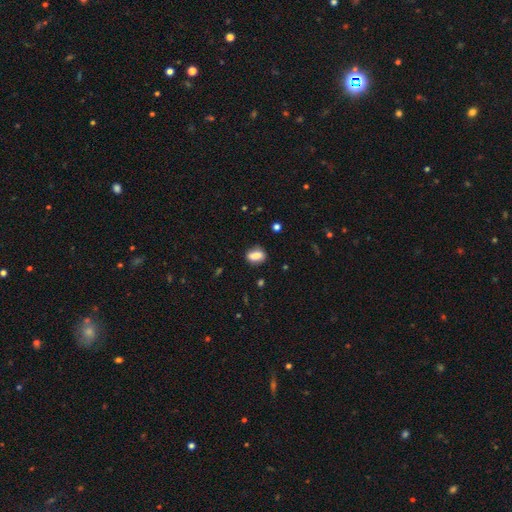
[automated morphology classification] The model was most divided on "merging": none: 78%, minor disturbance: 16%, major disturbance: 4%, merger: 3%. More confident: smooth or featured — smooth (81%); how rounded — in between (78%).